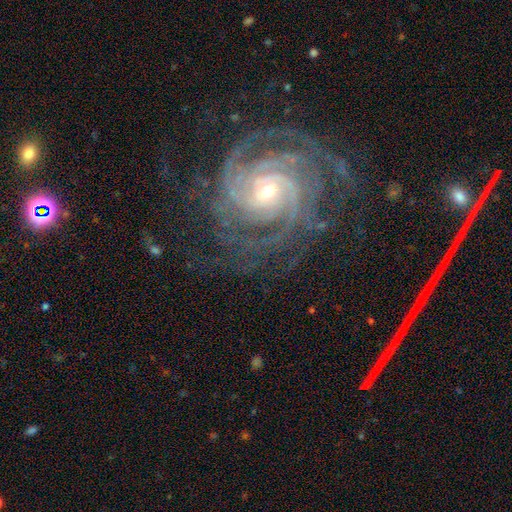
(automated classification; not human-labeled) Overall: featured or disk (89%). Edge-on disk: no (97%). Bar: no (52%; weak 30%). Spiral arms: yes (98%). Spiral arm count: 4 (23%; 3 20%). Spiral winding: tight (75%). Bulge size: small (54%; moderate 42%). Merging: none (74%).